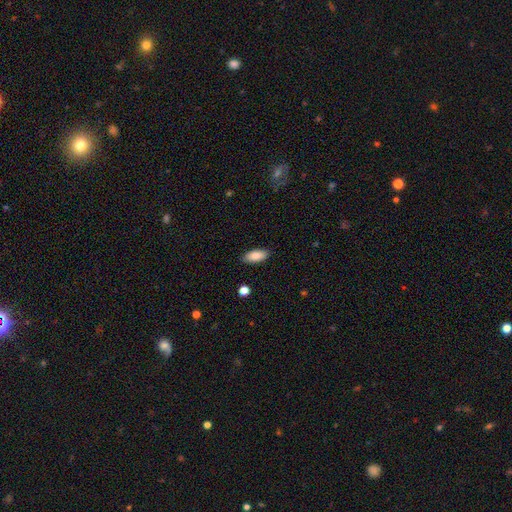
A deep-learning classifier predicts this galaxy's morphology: smooth 87%, star or artifact 7%, featured or disk 6%. Down the decision tree: how rounded — in between (86%); merging — none (88%).